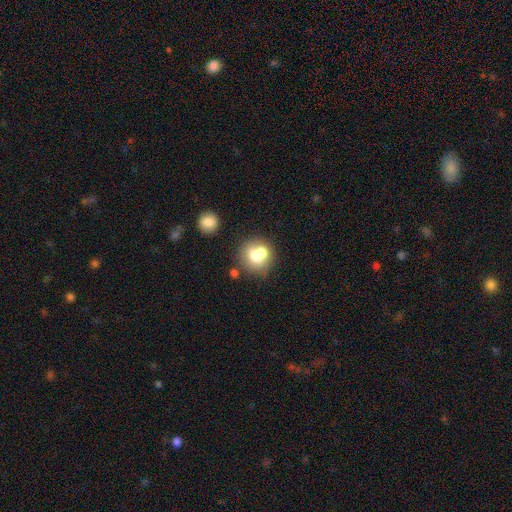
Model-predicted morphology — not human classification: Overall: smooth (67%). How rounded: round (83%). Merging: none (43%; merger 42%).